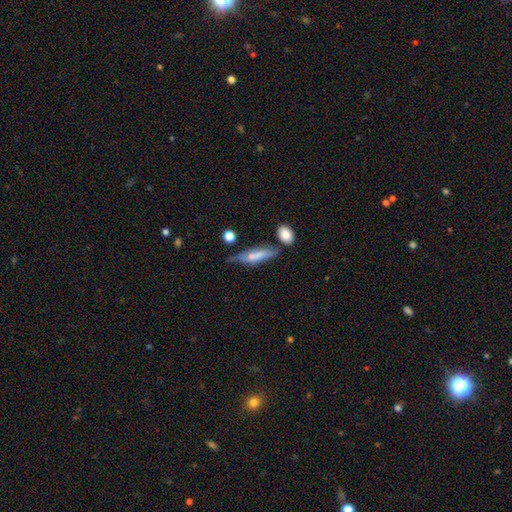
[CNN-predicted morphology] Smooth or featured: smooth — 51% (featured or disk — 41%)
How rounded: cigar-shaped — 66% (in between — 31%)
Merging: none — 48% (minor disturbance — 28%)